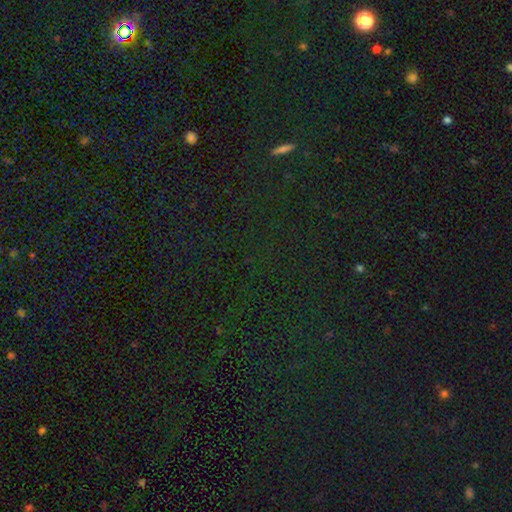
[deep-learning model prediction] Q: Smooth or featured?
A: star or artifact (80%); runner-up: smooth (13%)